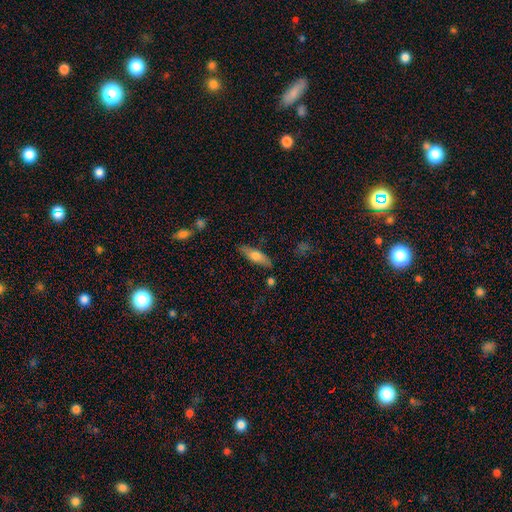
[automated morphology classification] Smooth or featured? Predicted: smooth (p=0.62). How rounded? Predicted: cigar-shaped (p=0.54). Merging? Predicted: none (p=0.82).